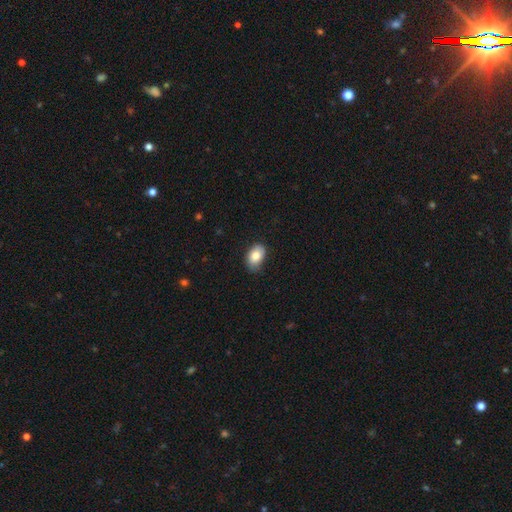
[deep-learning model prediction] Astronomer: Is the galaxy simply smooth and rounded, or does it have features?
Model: smooth — 83%.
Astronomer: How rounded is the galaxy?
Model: in between — 87%.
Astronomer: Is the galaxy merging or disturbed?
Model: none — 76%.